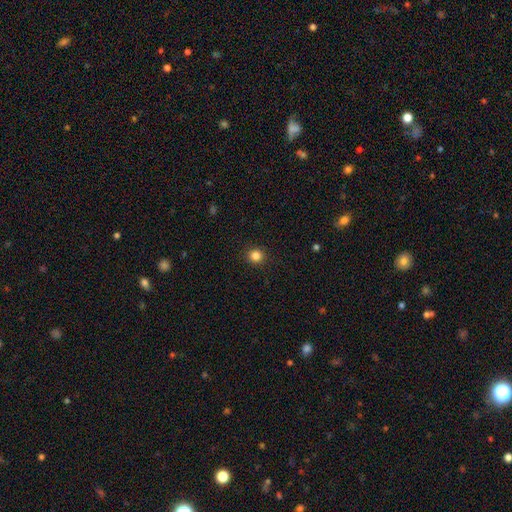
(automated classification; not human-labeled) Q: Smooth or featured?
A: smooth (84%); runner-up: star or artifact (12%)
Q: How rounded?
A: round (92%); runner-up: in between (7%)
Q: Merging?
A: none (92%); runner-up: minor disturbance (5%)